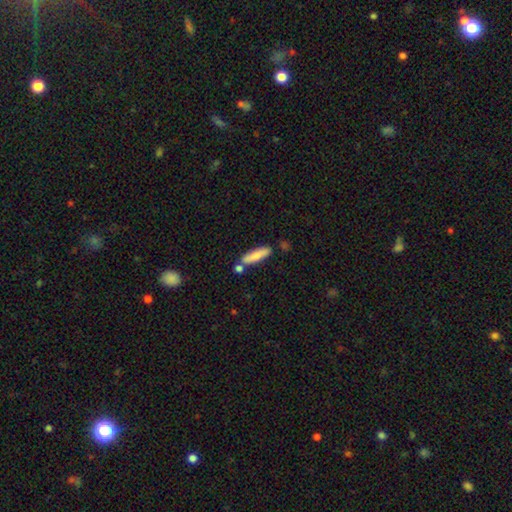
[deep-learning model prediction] Smooth or featured? Predicted: smooth (p=0.77). How rounded? Predicted: cigar-shaped (p=0.73). Merging? Predicted: none (p=0.72).